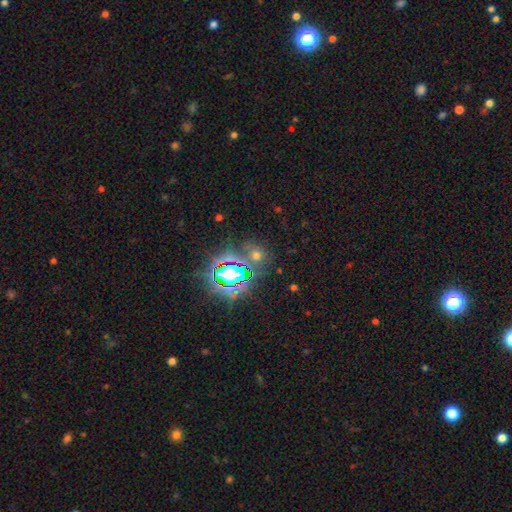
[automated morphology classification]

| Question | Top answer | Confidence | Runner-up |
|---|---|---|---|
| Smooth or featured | star or artifact | 53% | smooth (38%) |